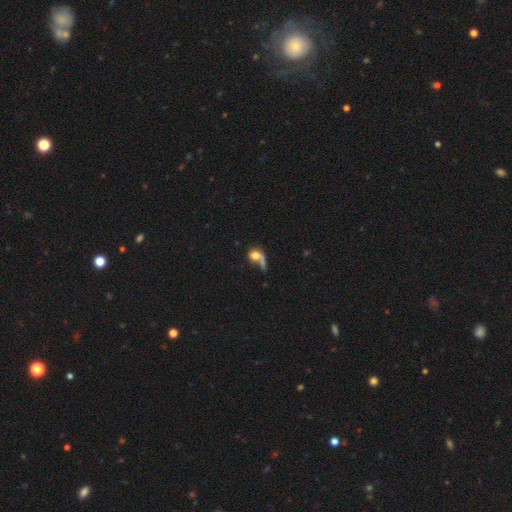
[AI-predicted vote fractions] Smooth or featured: smooth — 61% (featured or disk — 27%)
How rounded: round — 57% (in between — 38%)
Merging: major disturbance — 33% (none — 27%)